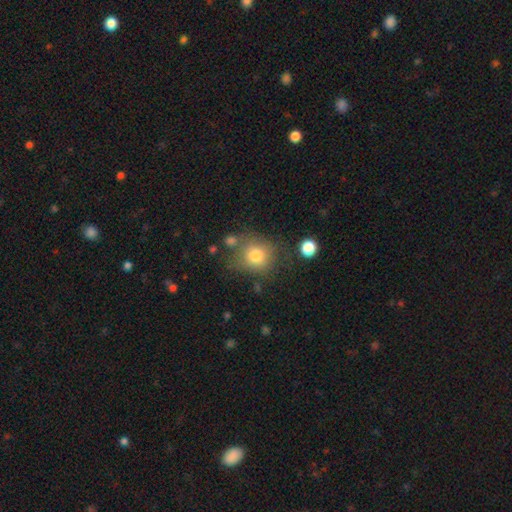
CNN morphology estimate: type=smooth (78%); roundness=round (81%); merging=none (62%).